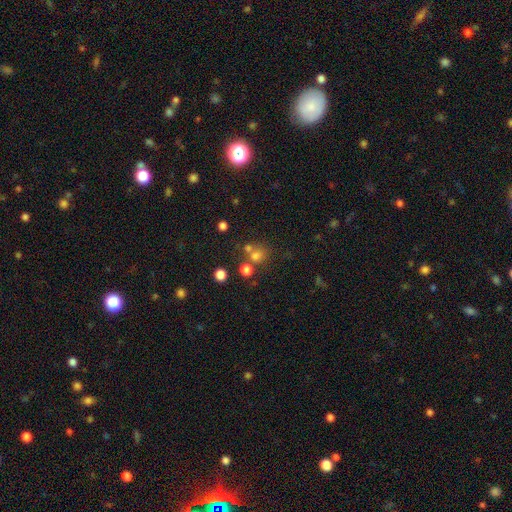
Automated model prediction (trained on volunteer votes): Smooth or featured? smooth (69%)
How rounded? round (84%)
Merging? none (58%)